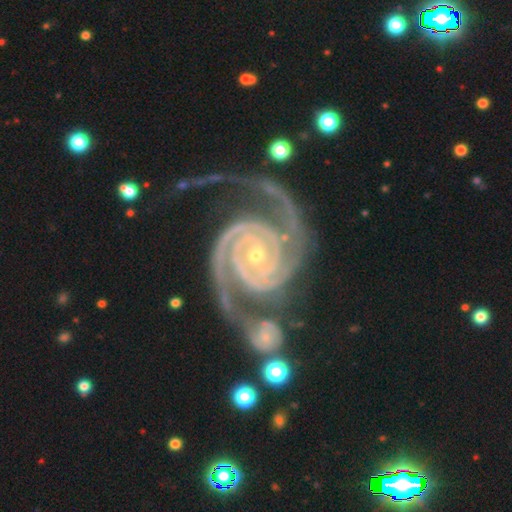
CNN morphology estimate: The model was most divided on "merging": none: 54%, minor disturbance: 19%, major disturbance: 14%, merger: 13%. More confident: spiral arms — yes (99%); edge-on disk — no (98%); smooth or featured — featured or disk (94%); bulge size — small (76%); spiral arm count — 2 (76%); spiral winding — tight (71%); bar — no (58%).